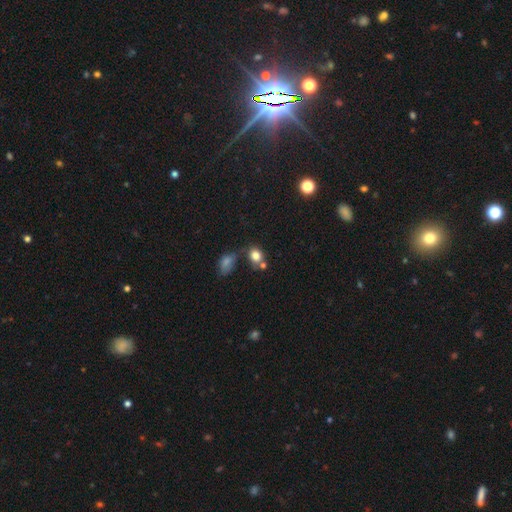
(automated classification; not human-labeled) smooth-or-featured: smooth: 80% | star or artifact: 12% | featured or disk: 8%
  how-rounded: round: 57% | in between: 41% | cigar-shaped: 1%
  merging: none: 51% | merger: 26% | minor disturbance: 16% | major disturbance: 7%